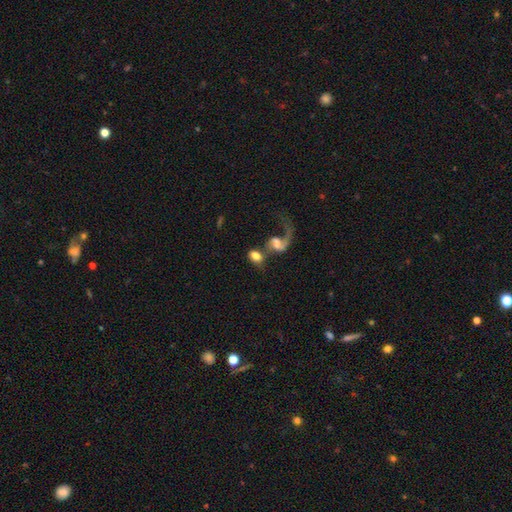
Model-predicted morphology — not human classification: smooth-or-featured: smooth: 60% | featured or disk: 31% | star or artifact: 9%
  how-rounded: in between: 65% | round: 32% | cigar-shaped: 3%
  merging: merger: 57% | none: 21% | major disturbance: 15% | minor disturbance: 7%